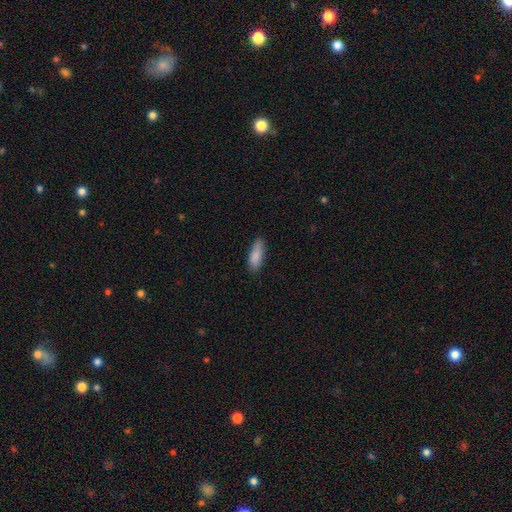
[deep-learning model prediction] This appears to be a smooth galaxy with no disk features (87%) that is in between round and cigar-shaped (64%). Merging: none (79%).